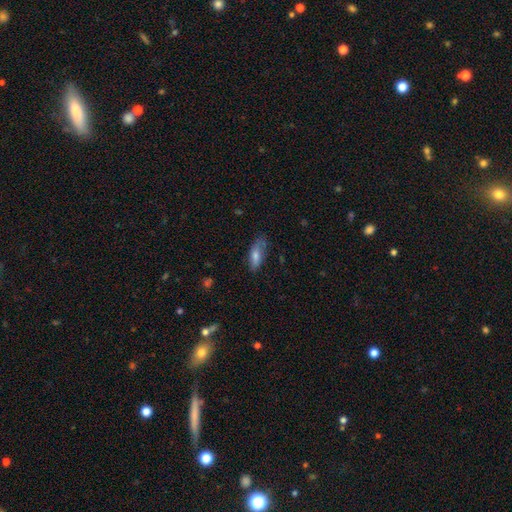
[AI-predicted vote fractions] This appears to be a smooth galaxy with no disk features (66%) that is in between round and cigar-shaped (66%). Merging: none (64%).